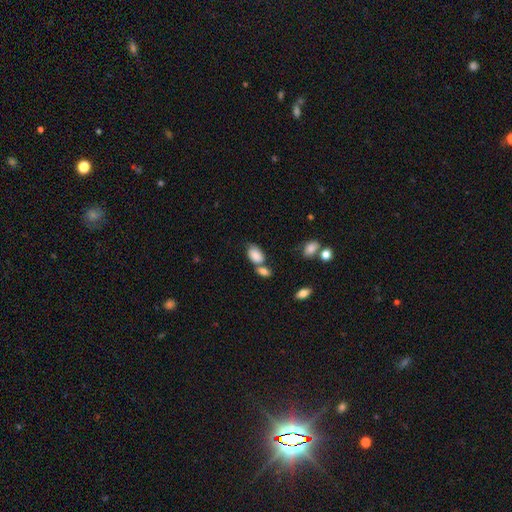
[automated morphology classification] Q: Smooth or featured?
A: smooth (84%); runner-up: featured or disk (8%)
Q: How rounded?
A: in between (90%); runner-up: round (8%)
Q: Merging?
A: none (42%); runner-up: merger (36%)